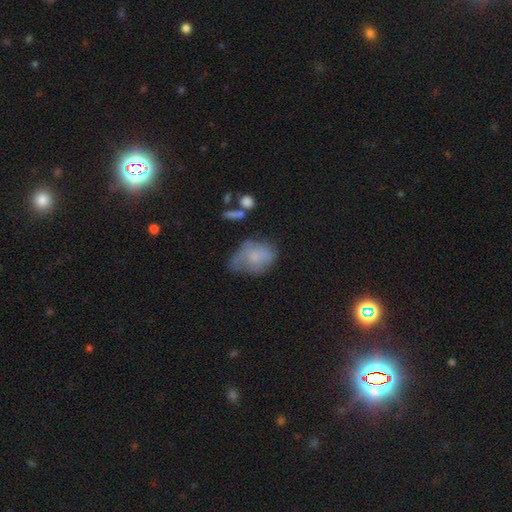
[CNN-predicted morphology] smooth-or-featured: smooth: 62% | featured or disk: 28% | star or artifact: 10%
  how-rounded: in between: 74% | round: 24% | cigar-shaped: 1%
  merging: minor disturbance: 39% | none: 31% | major disturbance: 25% | merger: 5%